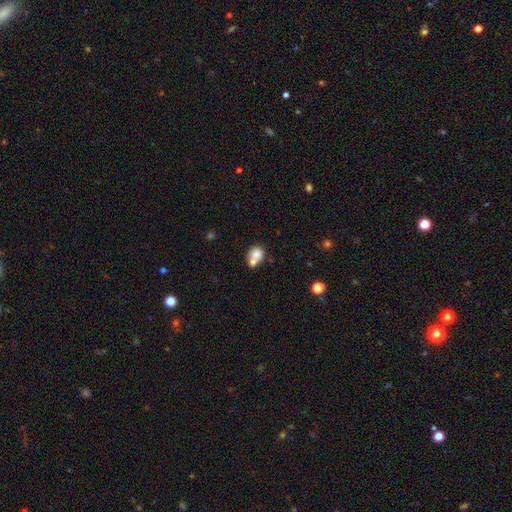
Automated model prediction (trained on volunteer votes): A smooth galaxy with no disk features (75%) that is round (65%).

Vote fractions:
- Smooth or featured? smooth: 75% / featured or disk: 16% / star or artifact: 9%
- How rounded? round: 65% / in between: 34% / cigar-shaped: 1%
- Merging? merger: 58% / none: 30% / minor disturbance: 9% / major disturbance: 4%